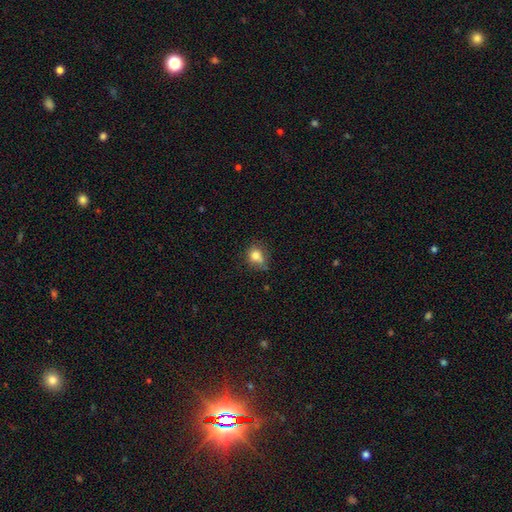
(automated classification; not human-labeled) smooth_or_featured: smooth (p=0.78) [alt: star or artifact p=0.11]
how_rounded: round (p=0.58) [alt: in between p=0.40]
merging: none (p=0.55) [alt: minor disturbance p=0.30]